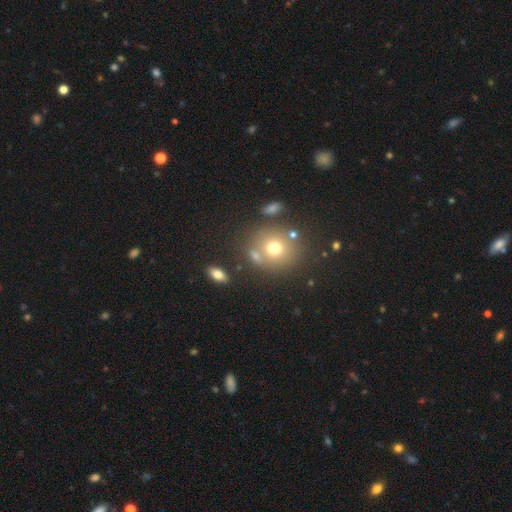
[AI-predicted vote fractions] Q: Smooth or featured?
A: smooth (65%); runner-up: star or artifact (18%)
Q: How rounded?
A: round (79%); runner-up: in between (20%)
Q: Merging?
A: none (65%); runner-up: merger (19%)